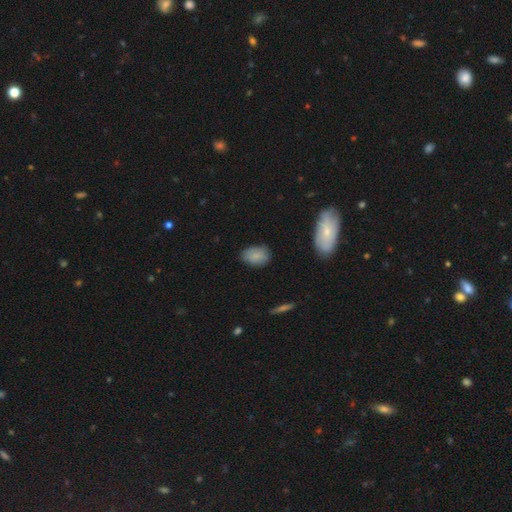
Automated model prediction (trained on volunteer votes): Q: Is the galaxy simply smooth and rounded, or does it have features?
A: smooth — 80%.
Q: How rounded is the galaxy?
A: in between — 85%.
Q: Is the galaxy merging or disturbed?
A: none — 73%.